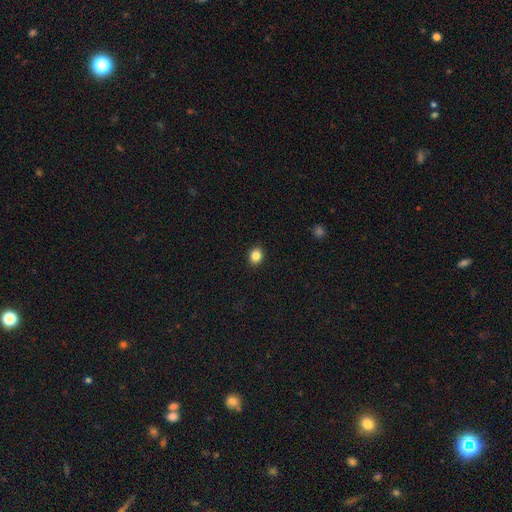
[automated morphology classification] Smooth or featured: smooth — 84% (star or artifact — 10%)
How rounded: round — 57% (in between — 42%)
Merging: none — 92% (minor disturbance — 6%)